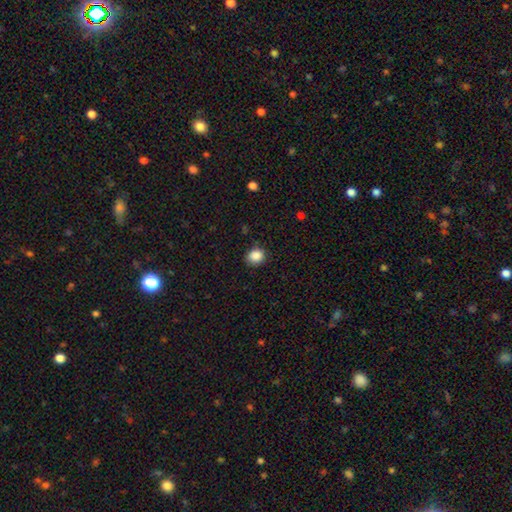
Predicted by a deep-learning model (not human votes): Smooth or featured? smooth (88%)
How rounded? round (70%)
Merging? none (83%)